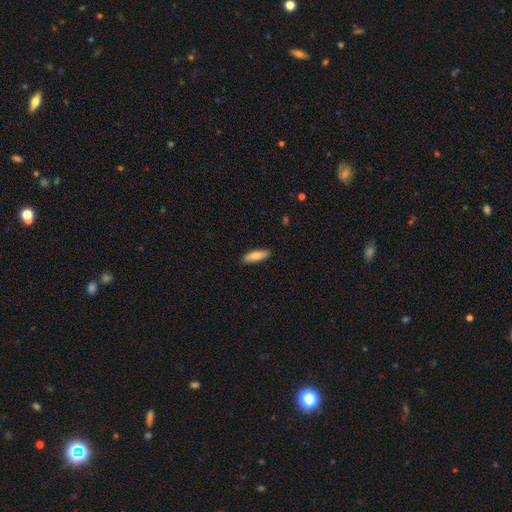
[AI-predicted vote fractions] Smooth or featured: smooth — 83% (featured or disk — 11%)
How rounded: cigar-shaped — 54% (in between — 44%)
Merging: none — 89% (minor disturbance — 9%)